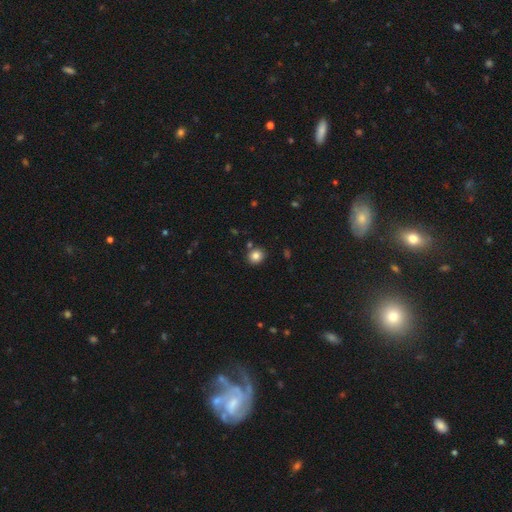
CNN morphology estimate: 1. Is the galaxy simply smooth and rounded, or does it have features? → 84% smooth, 11% star or artifact, 6% featured or disk.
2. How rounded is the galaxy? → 79% round, 20% in between, 1% cigar-shaped.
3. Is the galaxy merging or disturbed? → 84% none, 8% minor disturbance, 5% merger, 2% major disturbance.